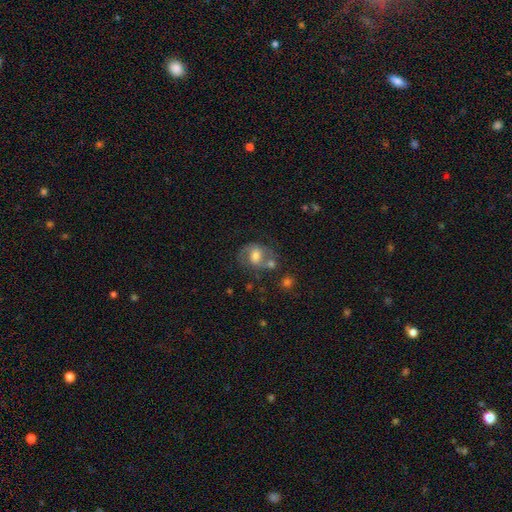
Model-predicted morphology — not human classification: smooth_or_featured: featured or disk (p=0.47) [alt: smooth p=0.44]
merging: none (p=0.47) [alt: merger p=0.25]